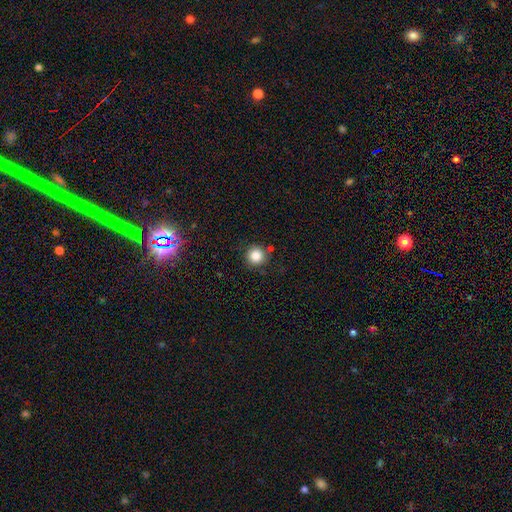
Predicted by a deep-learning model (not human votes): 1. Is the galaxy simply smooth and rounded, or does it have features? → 84% smooth, 11% star or artifact, 5% featured or disk.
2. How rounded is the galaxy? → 94% round, 5% in between, 1% cigar-shaped.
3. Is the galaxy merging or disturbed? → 86% none, 8% minor disturbance, 4% merger, 3% major disturbance.